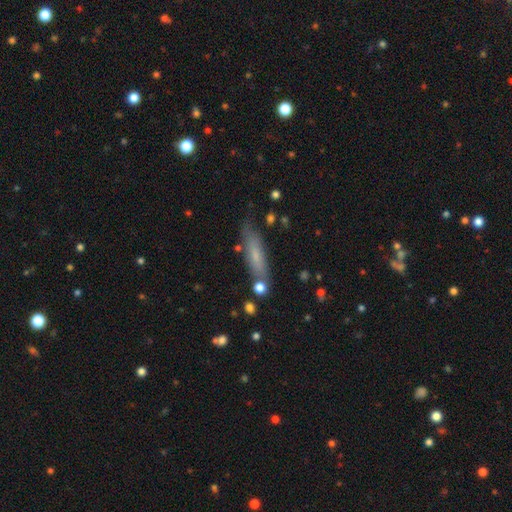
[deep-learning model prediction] smooth_or_featured: smooth (p=0.64) [alt: featured or disk p=0.28]
how_rounded: cigar-shaped (p=0.77) [alt: in between p=0.21]
merging: none (p=0.74) [alt: minor disturbance p=0.17]